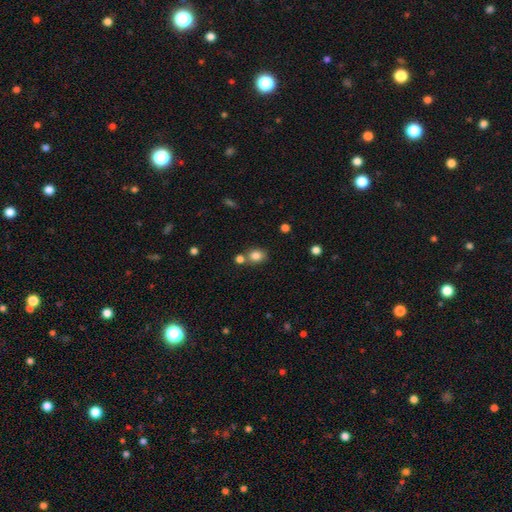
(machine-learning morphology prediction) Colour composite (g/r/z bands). It shows a smooth galaxy with no disk features (83%) that is round (51%). Merging: none (63%).